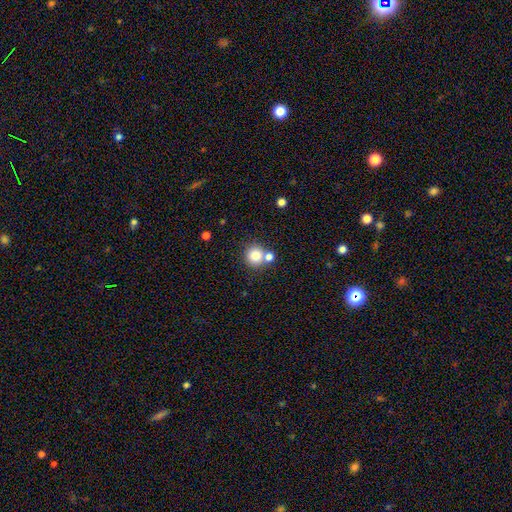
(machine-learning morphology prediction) Smooth or featured? Predicted: smooth (p=0.79). How rounded? Predicted: round (p=0.91). Merging? Predicted: none (p=0.62).